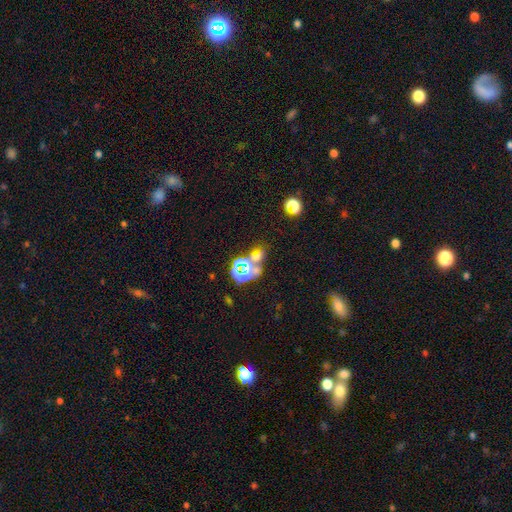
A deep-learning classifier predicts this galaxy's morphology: Smooth or featured? Predicted: star or artifact (p=0.49).